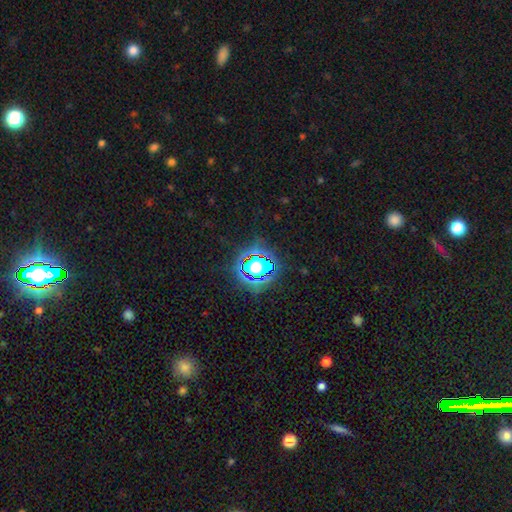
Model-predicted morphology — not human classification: Smooth or featured? Predicted: star or artifact (p=0.81).